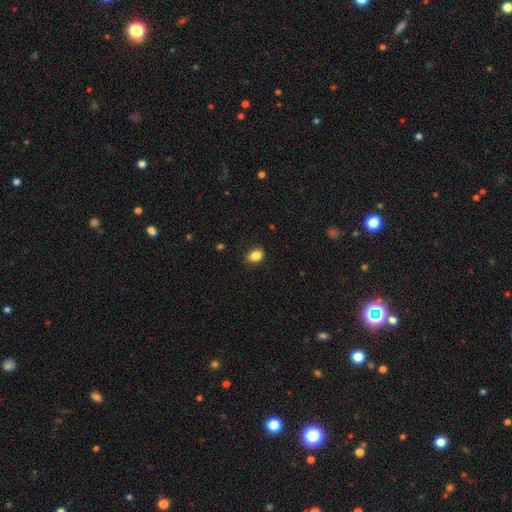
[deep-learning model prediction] smooth-or-featured: smooth: 86% | star or artifact: 9% | featured or disk: 5%
  how-rounded: in between: 74% | round: 25% | cigar-shaped: 1%
  merging: none: 85% | minor disturbance: 11% | major disturbance: 2% | merger: 1%